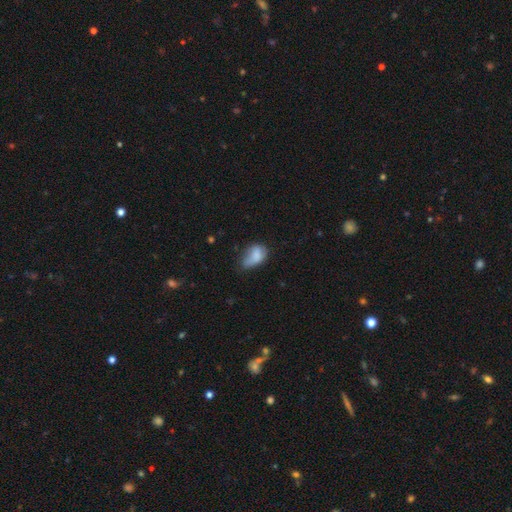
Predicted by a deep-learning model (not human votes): This appears to be a smooth galaxy with no disk features (77%) that is in between round and cigar-shaped (86%). Merging: minor disturbance (44%).